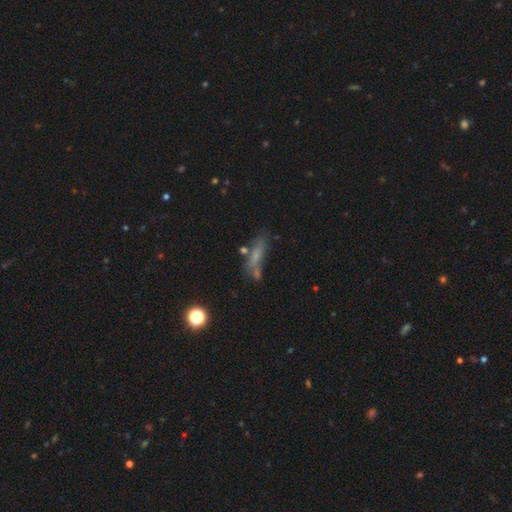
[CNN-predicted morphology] smooth_or_featured: smooth (p=0.56) [alt: featured or disk p=0.29]
how_rounded: cigar-shaped (p=0.59) [alt: in between p=0.36]
merging: none (p=0.50) [alt: minor disturbance p=0.21]